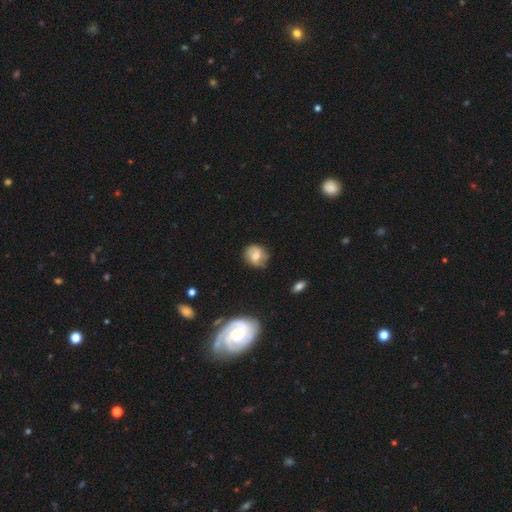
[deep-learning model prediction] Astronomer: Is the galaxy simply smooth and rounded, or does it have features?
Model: smooth — 54% (runner-up: featured or disk, 36%).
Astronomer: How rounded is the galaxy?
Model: round — 69%.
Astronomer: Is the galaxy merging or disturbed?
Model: none — 72%.